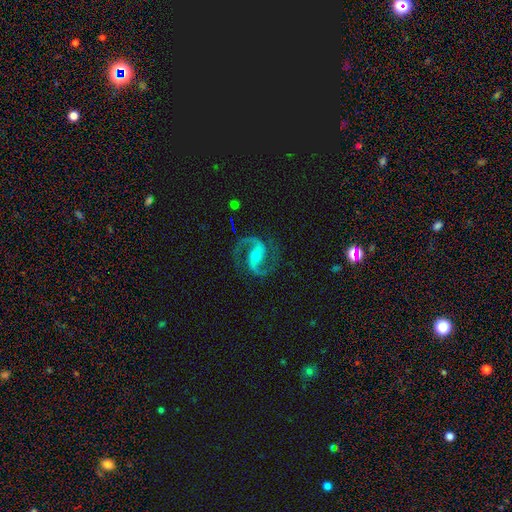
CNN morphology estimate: Overall: featured or disk (93%). Edge-on disk: no (98%). Bar: strong (37%; weak 36%). Spiral arms: yes (98%). Spiral arm count: 2 (94%). Spiral winding: medium (65%). Bulge size: moderate (50%; small 46%). Merging: none (83%).